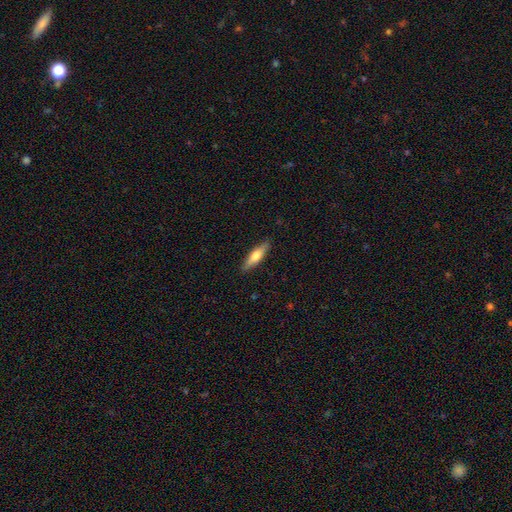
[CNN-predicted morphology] Q: Smooth or featured?
A: smooth (60%); runner-up: featured or disk (34%)
Q: How rounded?
A: cigar-shaped (66%); runner-up: in between (32%)
Q: Merging?
A: none (88%); runner-up: minor disturbance (9%)